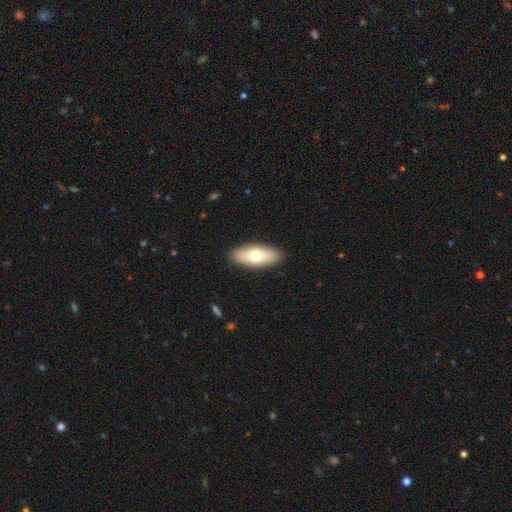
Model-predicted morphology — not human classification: Q: Smooth or featured?
A: smooth (66%); runner-up: featured or disk (27%)
Q: How rounded?
A: in between (82%); runner-up: cigar-shaped (14%)
Q: Merging?
A: none (88%); runner-up: minor disturbance (9%)